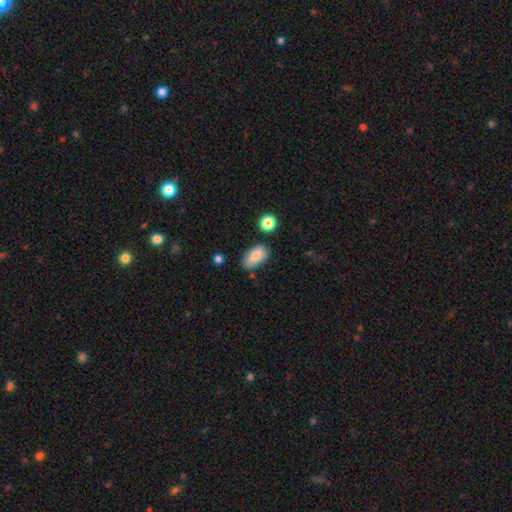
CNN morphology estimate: This is clearly a smooth galaxy (84%). How rounded: clearly in between (91%). Merging: likely none (73%).